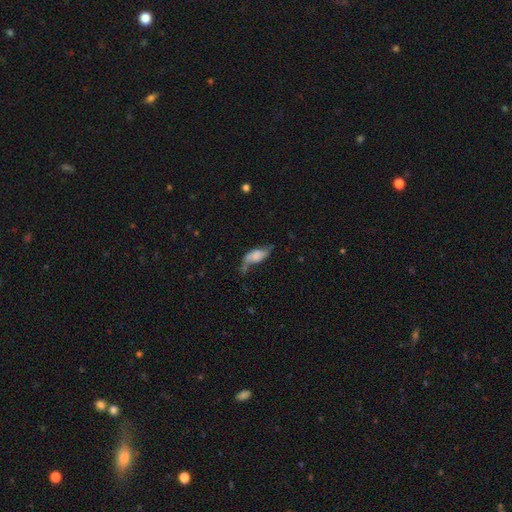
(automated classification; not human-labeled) smooth-or-featured: featured or disk: 49% | smooth: 42% | star or artifact: 9%
  merging: none: 42% | minor disturbance: 30% | major disturbance: 20% | merger: 8%